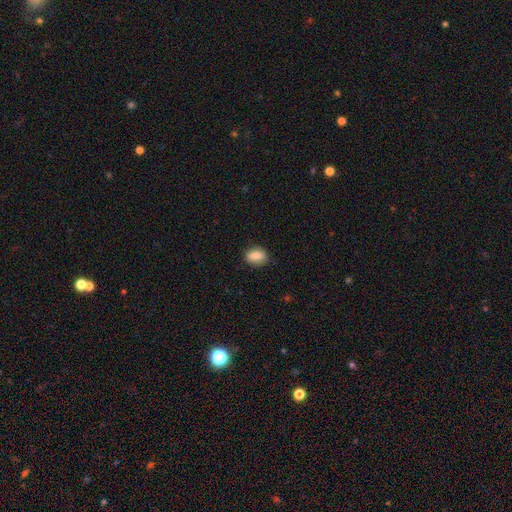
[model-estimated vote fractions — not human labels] A smooth galaxy with no disk features (84%) that is in between round and cigar-shaped (63%).

Vote fractions:
- Smooth or featured? smooth: 84% / featured or disk: 8% / star or artifact: 8%
- How rounded? in between: 63% / round: 35% / cigar-shaped: 2%
- Merging? none: 85% / minor disturbance: 11% / major disturbance: 3% / merger: 1%